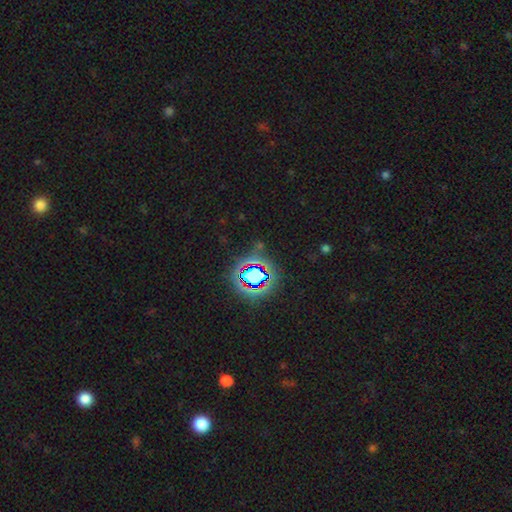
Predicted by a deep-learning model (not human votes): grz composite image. It shows a star or artifact, not a galaxy (79%).